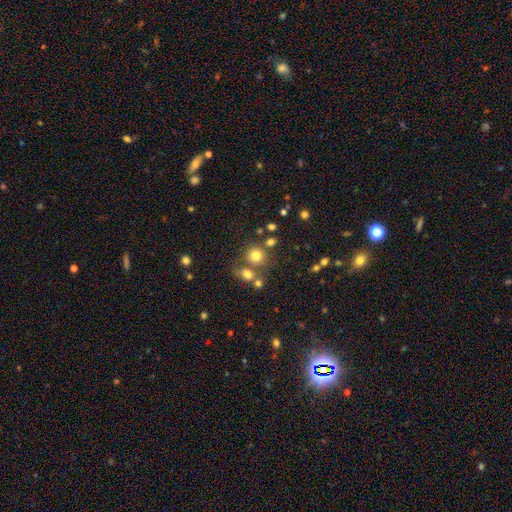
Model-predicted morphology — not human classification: Overall: smooth (76%). How rounded: round (86%). Merging: none (66%).